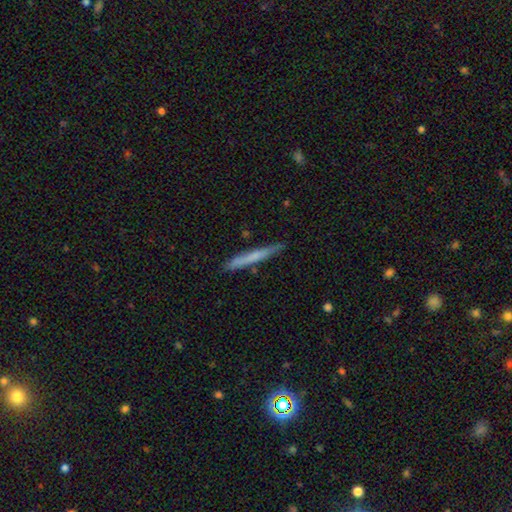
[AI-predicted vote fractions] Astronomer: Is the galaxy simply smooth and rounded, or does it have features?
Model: smooth — 59% (runner-up: featured or disk, 35%).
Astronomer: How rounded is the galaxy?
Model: cigar-shaped — 97%.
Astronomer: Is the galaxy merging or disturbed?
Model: none — 88%.